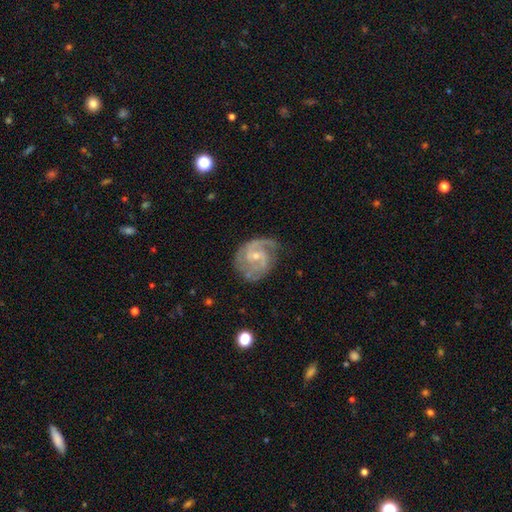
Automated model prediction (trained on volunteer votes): smooth-or-featured: featured or disk: 88% | smooth: 8% | star or artifact: 4%
  disk-edge-on: no: 98% | yes: 2%
    bar: no: 49% | weak: 43% | strong: 7%
    has-spiral-arms: yes: 96% | no: 4%
      spiral-winding: medium: 47% | tight: 41% | loose: 12%
      spiral-arm-count: 2: 68% | 3: 11% | can't tell: 10% | 1: 7% | 4: 2% | more than 4: 2%
    bulge-size: small: 56% | moderate: 40% | none: 2% | large: 1% | dominant: 1%
  merging: none: 63% | minor disturbance: 24% | major disturbance: 11% | merger: 2%